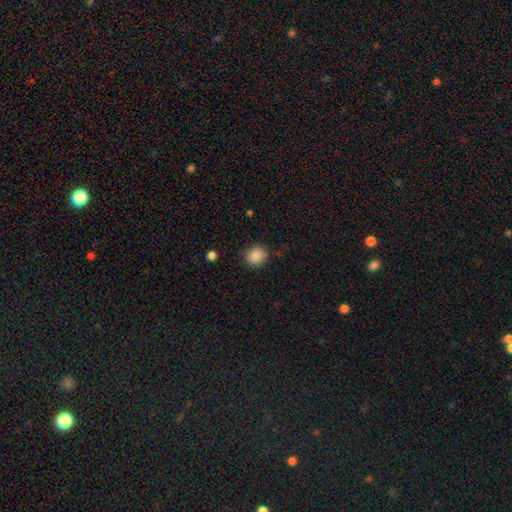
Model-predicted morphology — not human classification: The model was most divided on "how rounded": round: 75%, in between: 24%, cigar-shaped: 1%. More confident: smooth or featured — smooth (88%); merging — none (84%).